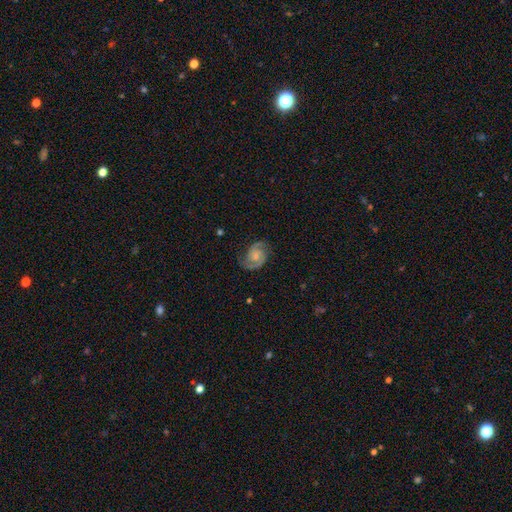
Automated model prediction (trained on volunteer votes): Q: Smooth or featured?
A: featured or disk (83%); runner-up: smooth (11%)
Q: Edge-on disk?
A: no (98%); runner-up: yes (2%)
Q: Bar?
A: no (63%); runner-up: weak (32%)
Q: Spiral arms?
A: yes (96%); runner-up: no (4%)
Q: Spiral winding?
A: medium (52%); runner-up: tight (30%)
Q: Spiral arm count?
A: 2 (90%); runner-up: can't tell (4%)
Q: Bulge size?
A: small (47%); runner-up: moderate (36%)
Q: Merging?
A: none (73%); runner-up: minor disturbance (18%)